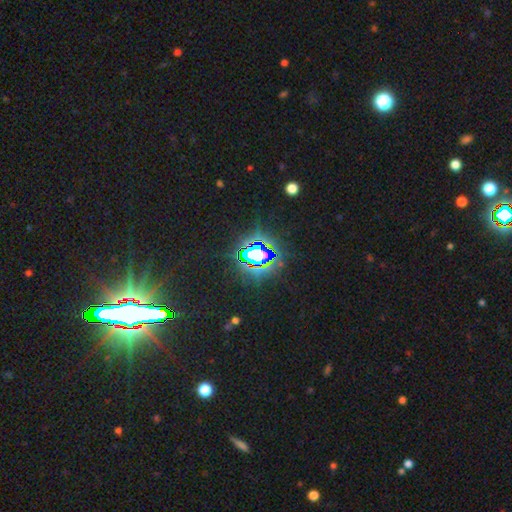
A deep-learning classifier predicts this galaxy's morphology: Smooth or featured: star or artifact — 78% (smooth — 12%)